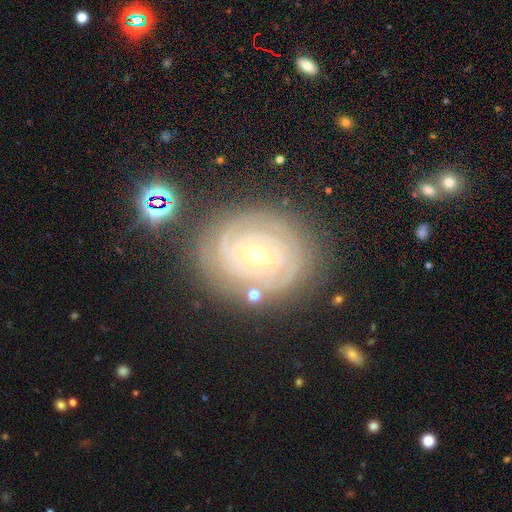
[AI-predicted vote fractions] Smooth or featured?
  - featured or disk: 84% *
  - smooth: 9%
  - star or artifact: 6%
Edge-on disk?
  - no: 97% *
  - yes: 3%
Bar?
  - no: 66% *
  - weak: 24%
  - strong: 10%
Spiral arms?
  - yes: 91% *
  - no: 9%
Spiral winding?
  - tight: 87% *
  - medium: 10%
  - loose: 3%
Spiral arm count?
  - can't tell: 36% *
  - 2: 26%
  - 3: 16%
  - 4: 10%
  - more than 4: 6%
  - 1: 6%
Bulge size?
  - small: 57% *
  - moderate: 40%
  - large: 2%
  - dominant: 1%
  - none: 1%
Merging?
  - none: 78% *
  - minor disturbance: 14%
  - major disturbance: 5%
  - merger: 3%